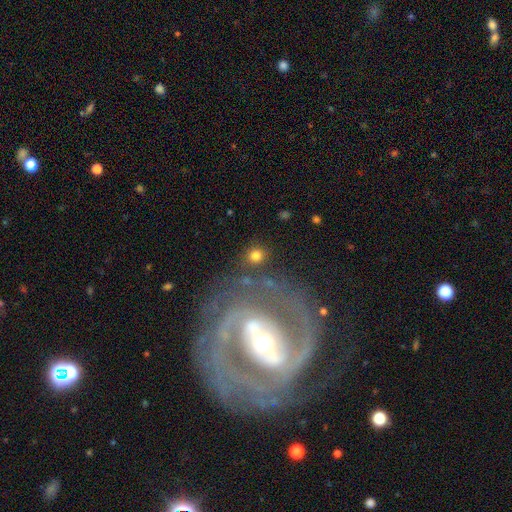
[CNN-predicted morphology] smooth-or-featured: smooth: 76% | star or artifact: 12% | featured or disk: 12%
  how-rounded: round: 86% | in between: 13% | cigar-shaped: 1%
  merging: none: 84% | minor disturbance: 7% | merger: 5% | major disturbance: 4%